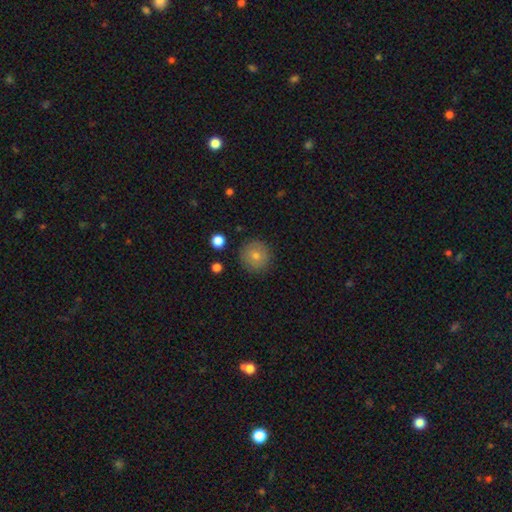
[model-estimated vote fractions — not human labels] This is likely a smooth galaxy (74%). How rounded: clearly round (95%). Merging: clearly none (90%).